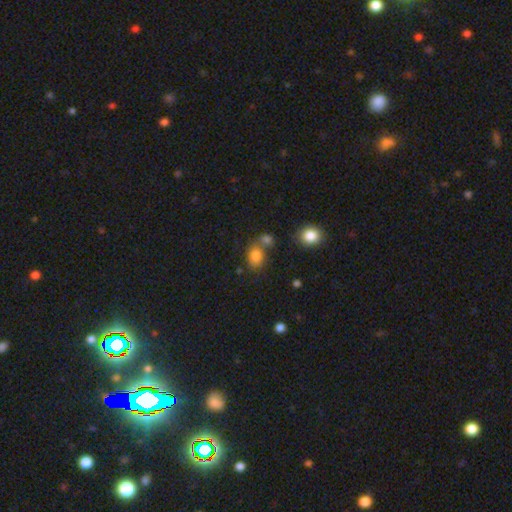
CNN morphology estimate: Smooth or featured? Predicted: smooth (p=0.81). How rounded? Predicted: in between (p=0.65). Merging? Predicted: none (p=0.54).